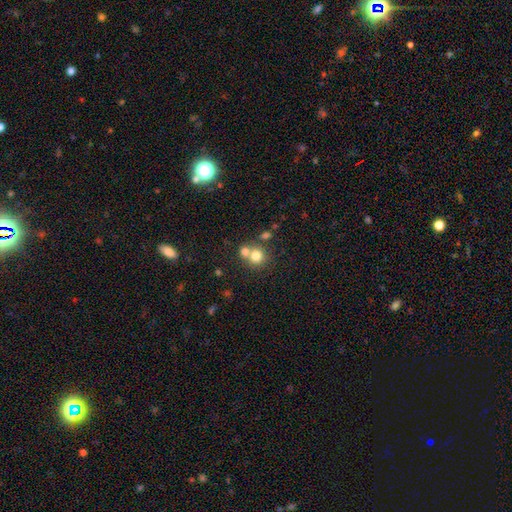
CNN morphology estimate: Overall: smooth (75%). How rounded: round (87%). Merging: none (46%; merger 44%).